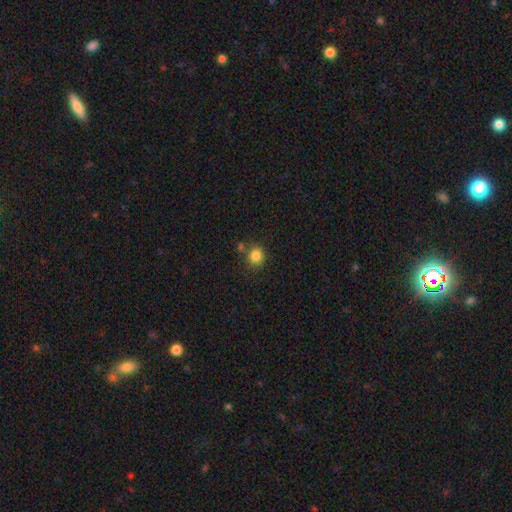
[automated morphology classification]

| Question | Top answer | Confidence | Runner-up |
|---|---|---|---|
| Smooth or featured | smooth | 84% | star or artifact (11%) |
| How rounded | round | 84% | in between (15%) |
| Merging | none | 73% | merger (13%) |